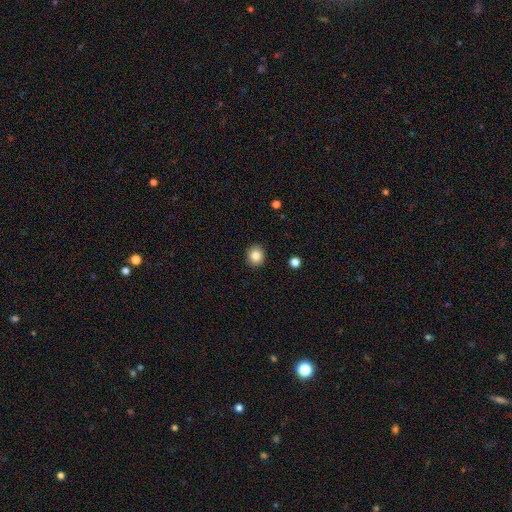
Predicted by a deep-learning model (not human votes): Smooth or featured? smooth (84%)
How rounded? round (82%)
Merging? none (91%)